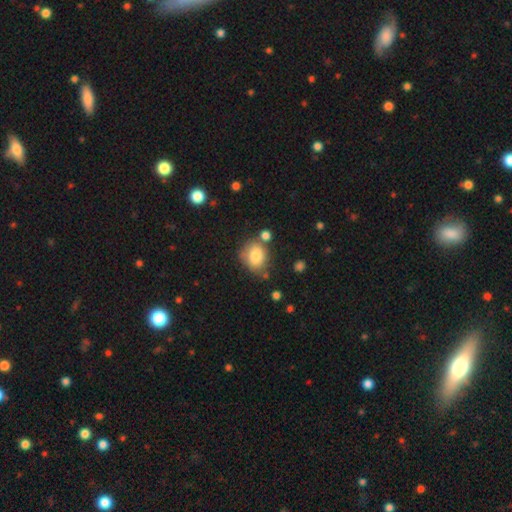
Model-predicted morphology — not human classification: Smooth or featured?
  - smooth: 82% *
  - featured or disk: 9%
  - star or artifact: 9%
How rounded?
  - round: 56% *
  - in between: 43%
  - cigar-shaped: 1%
Merging?
  - none: 62% *
  - minor disturbance: 19%
  - merger: 13%
  - major disturbance: 6%